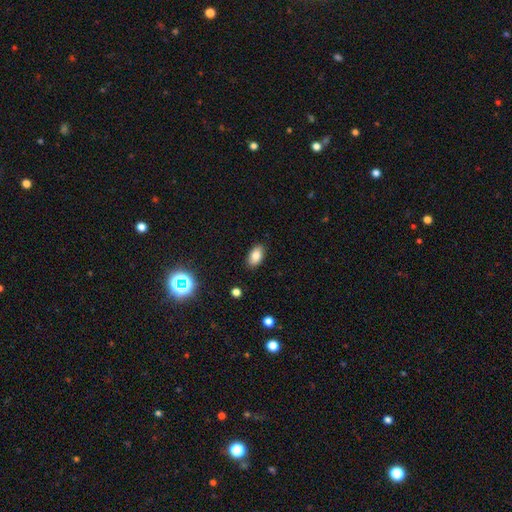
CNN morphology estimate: Smooth or featured? Predicted: smooth (p=0.82). How rounded? Predicted: in between (p=0.92). Merging? Predicted: none (p=0.88).